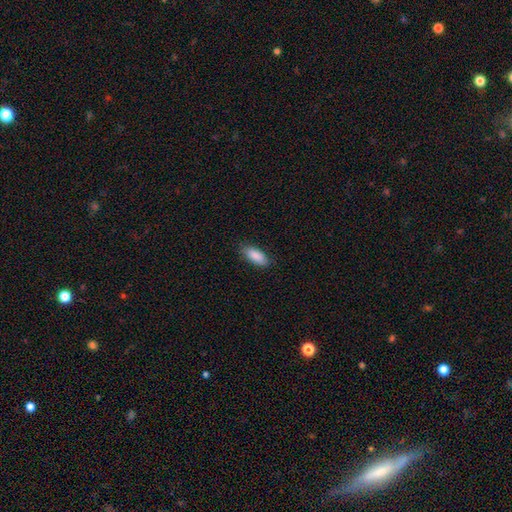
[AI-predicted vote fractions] smooth 88%, featured or disk 6%, star or artifact 6%. Down the decision tree: how rounded — in between (80%); merging — none (84%).